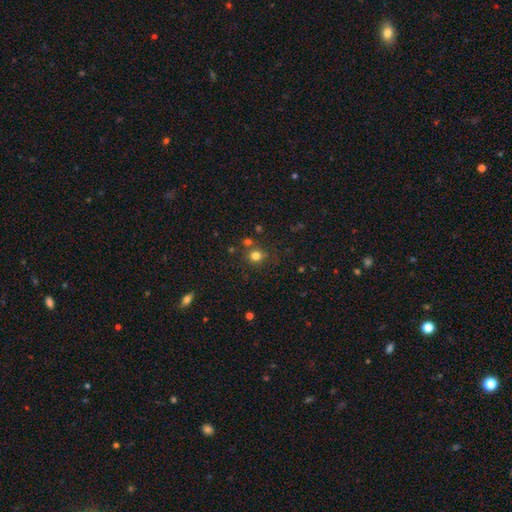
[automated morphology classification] Q: Smooth or featured?
A: smooth (77%); runner-up: star or artifact (16%)
Q: How rounded?
A: round (87%); runner-up: in between (12%)
Q: Merging?
A: none (75%); runner-up: merger (11%)